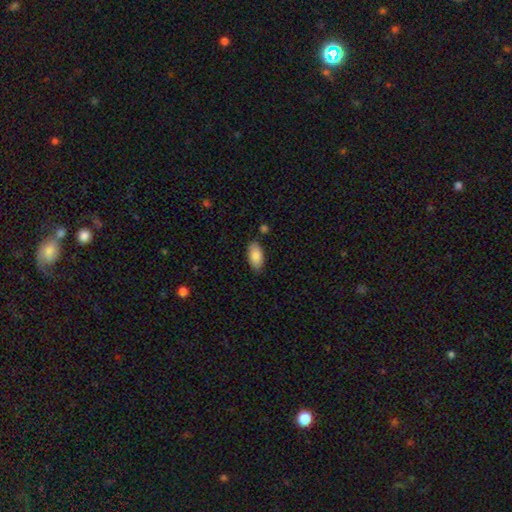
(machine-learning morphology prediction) A smooth galaxy with no disk features (85%) that is in between round and cigar-shaped (92%).

Vote fractions:
- Smooth or featured? smooth: 85% / featured or disk: 8% / star or artifact: 6%
- How rounded? in between: 92% / cigar-shaped: 5% / round: 2%
- Merging? none: 83% / minor disturbance: 12% / merger: 3% / major disturbance: 2%